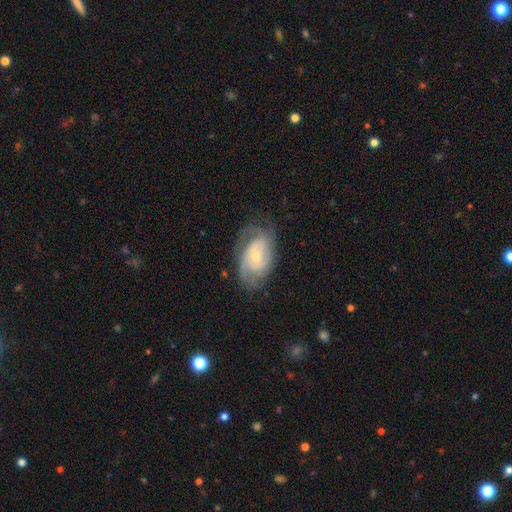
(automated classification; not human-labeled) Smooth or featured?
  - featured or disk: 77% *
  - smooth: 17%
  - star or artifact: 6%
Edge-on disk?
  - no: 96% *
  - yes: 4%
Bar?
  - no: 65% *
  - weak: 29%
  - strong: 6%
Spiral arms?
  - yes: 91% *
  - no: 9%
Spiral winding?
  - tight: 49% *
  - medium: 38%
  - loose: 13%
Spiral arm count?
  - 2: 41% *
  - can't tell: 30%
  - 3: 17%
  - 4: 5%
  - 1: 5%
  - more than 4: 3%
Bulge size?
  - small: 64% *
  - moderate: 31%
  - large: 2%
  - none: 2%
  - dominant: 1%
Merging?
  - none: 64% *
  - minor disturbance: 23%
  - major disturbance: 12%
  - merger: 1%